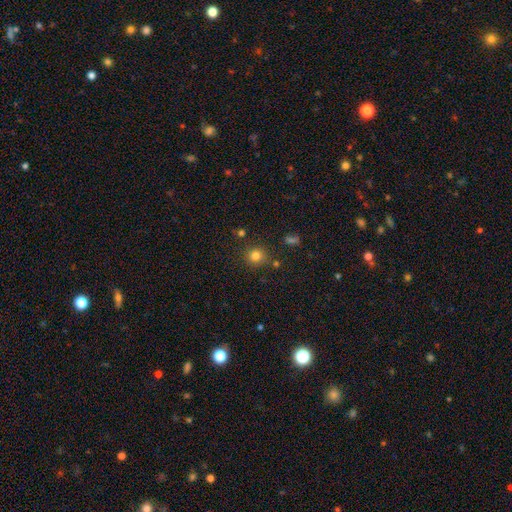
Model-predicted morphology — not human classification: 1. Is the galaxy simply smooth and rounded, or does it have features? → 80% smooth, 14% star or artifact, 6% featured or disk.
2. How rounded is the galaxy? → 91% round, 9% in between, 1% cigar-shaped.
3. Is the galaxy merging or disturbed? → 83% none, 9% minor disturbance, 5% merger, 3% major disturbance.